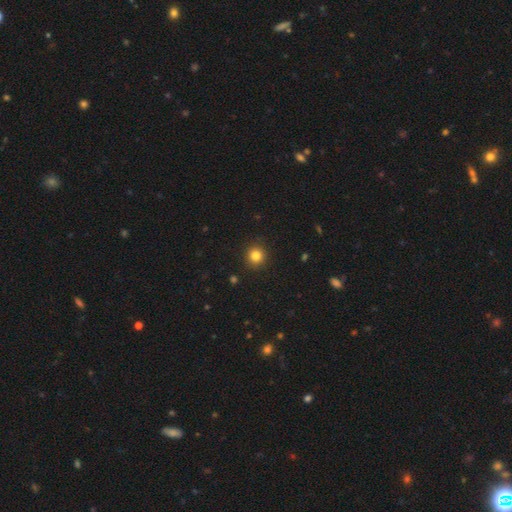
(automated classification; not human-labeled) Morphology: type=smooth (83%); roundness=round (93%); merging=none (92%).